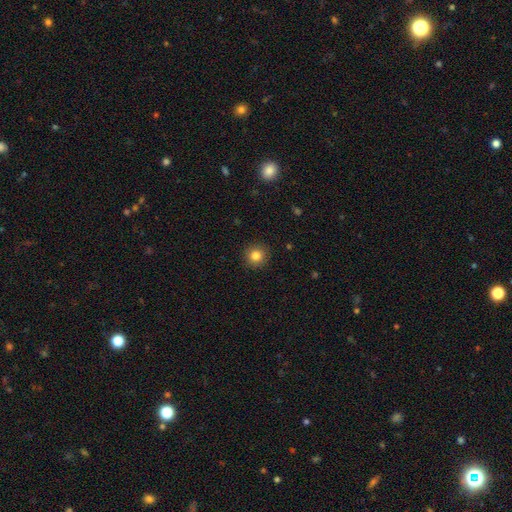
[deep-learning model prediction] A smooth galaxy with no disk features (83%) that is round (93%).

Vote fractions:
- Smooth or featured? smooth: 83% / star or artifact: 11% / featured or disk: 6%
- How rounded? round: 93% / in between: 6% / cigar-shaped: 1%
- Merging? none: 92% / minor disturbance: 5% / major disturbance: 2% / merger: 1%